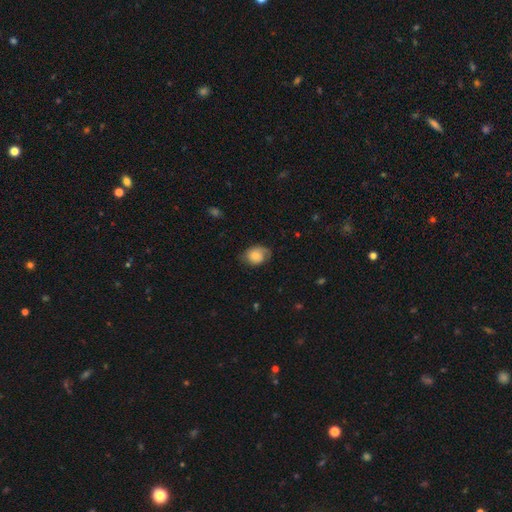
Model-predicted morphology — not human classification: Smooth or featured?
  - smooth: 63% *
  - featured or disk: 29%
  - star or artifact: 8%
How rounded?
  - in between: 58% *
  - round: 41%
  - cigar-shaped: 1%
Merging?
  - none: 57% *
  - minor disturbance: 30%
  - major disturbance: 11%
  - merger: 1%